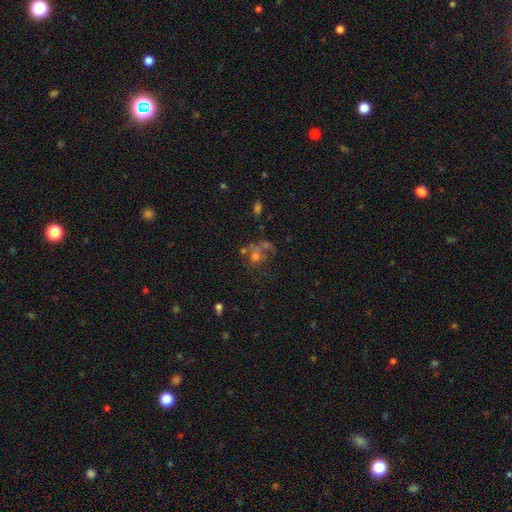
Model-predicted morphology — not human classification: A smooth galaxy with no disk features (40%).

Vote fractions:
- Smooth or featured? smooth: 40% / featured or disk: 38% / star or artifact: 22%
- Merging? none: 35% / merger: 28% / major disturbance: 23% / minor disturbance: 13%